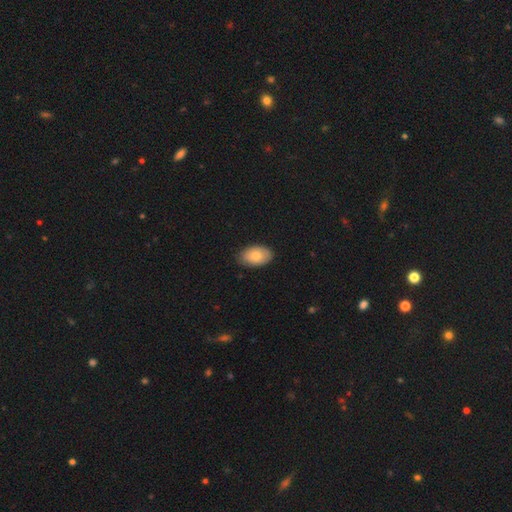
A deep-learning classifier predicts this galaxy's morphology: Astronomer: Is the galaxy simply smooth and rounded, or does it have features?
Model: smooth — 79%.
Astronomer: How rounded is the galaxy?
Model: in between — 92%.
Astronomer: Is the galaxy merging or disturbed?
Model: none — 85%.